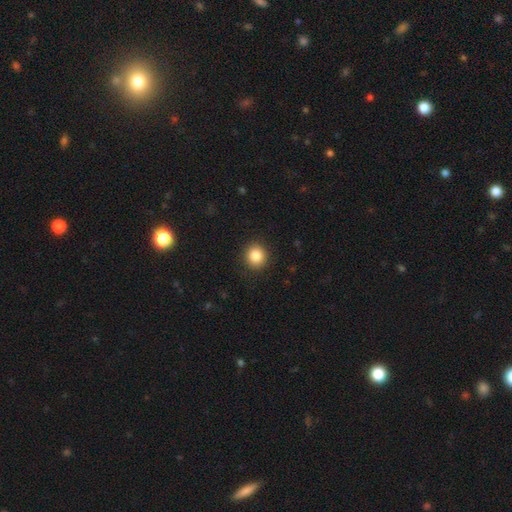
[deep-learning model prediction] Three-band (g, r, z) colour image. It shows a smooth galaxy with no disk features (85%) that is round (90%). Merging: none (92%).